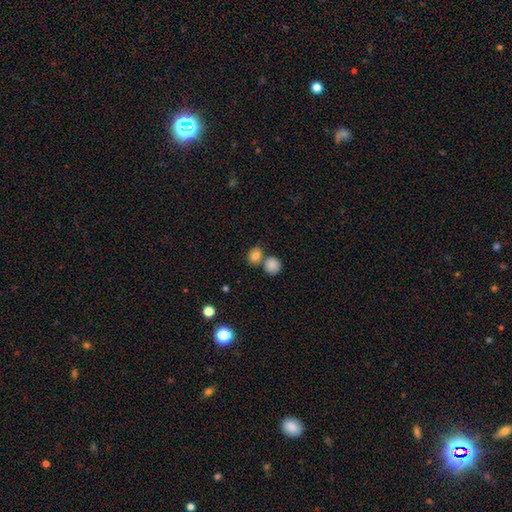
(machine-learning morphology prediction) Smooth or featured?
  - smooth: 83% *
  - star or artifact: 10%
  - featured or disk: 7%
How rounded?
  - round: 60% *
  - in between: 39%
  - cigar-shaped: 1%
Merging?
  - none: 54% *
  - merger: 34%
  - minor disturbance: 9%
  - major disturbance: 3%